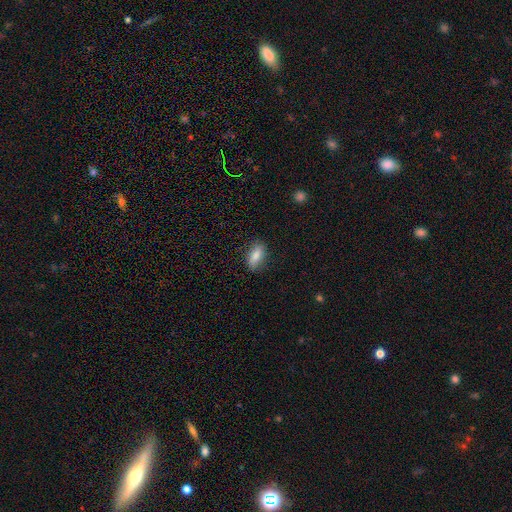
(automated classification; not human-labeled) Q: Smooth or featured?
A: smooth (82%); runner-up: featured or disk (11%)
Q: How rounded?
A: in between (84%); runner-up: cigar-shaped (12%)
Q: Merging?
A: none (81%); runner-up: minor disturbance (14%)